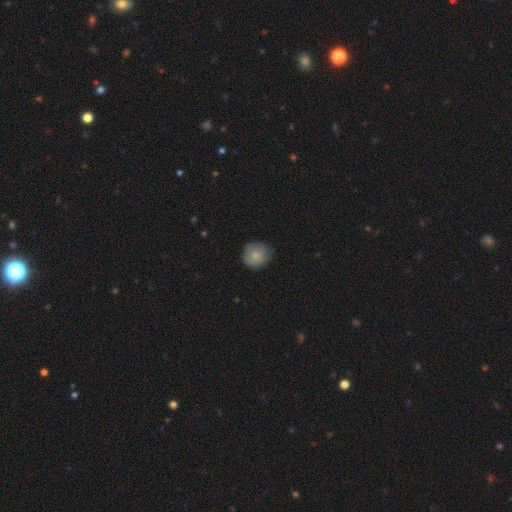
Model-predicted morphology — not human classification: The model was most divided on "merging": none: 69%, minor disturbance: 25%, major disturbance: 5%, merger: 1%. More confident: how rounded — round (85%); smooth or featured — smooth (77%).